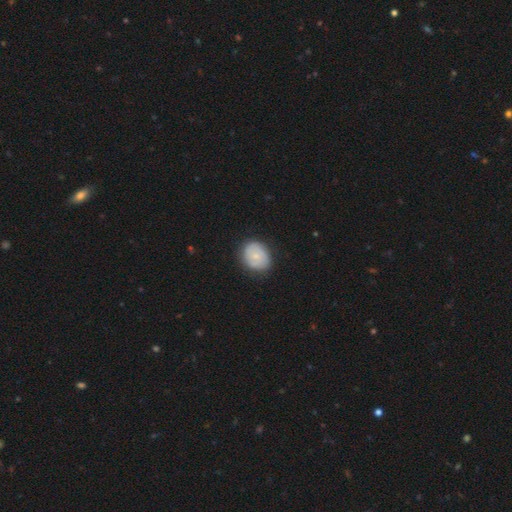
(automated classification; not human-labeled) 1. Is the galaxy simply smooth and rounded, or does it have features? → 54% smooth, 40% featured or disk, 6% star or artifact.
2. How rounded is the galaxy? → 59% round, 40% in between, 1% cigar-shaped.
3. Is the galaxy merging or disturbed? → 79% none, 16% minor disturbance, 4% major disturbance, 1% merger.